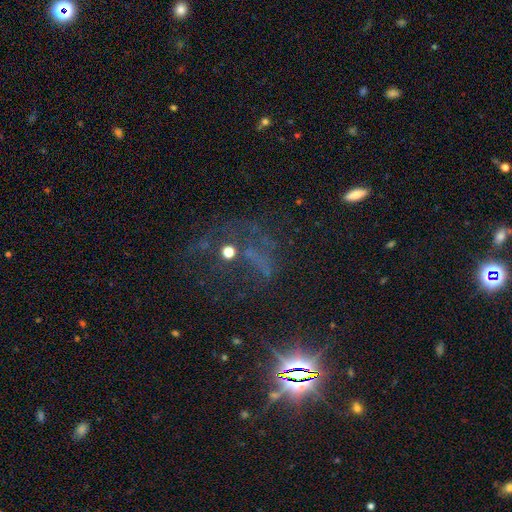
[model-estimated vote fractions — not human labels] smooth-or-featured: star or artifact: 58% | featured or disk: 24% | smooth: 17%